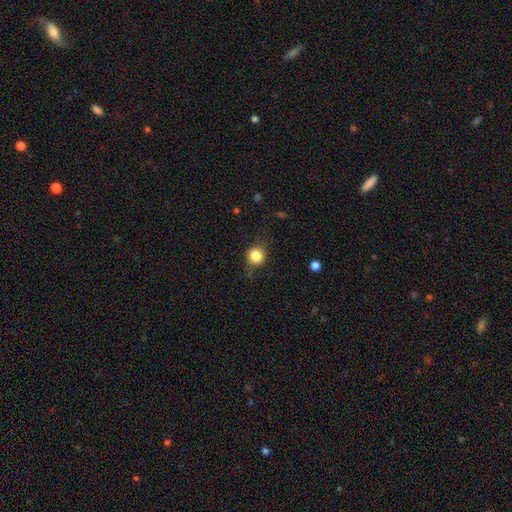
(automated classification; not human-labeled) Smooth or featured? Predicted: smooth (p=0.82). How rounded? Predicted: round (p=0.86). Merging? Predicted: none (p=0.73).